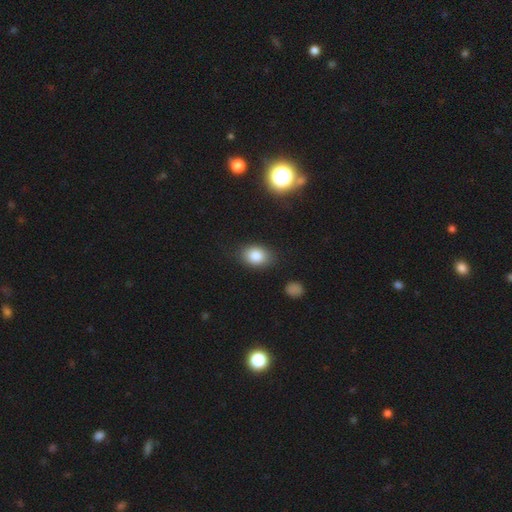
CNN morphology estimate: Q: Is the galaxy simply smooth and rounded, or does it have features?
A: smooth — 83%.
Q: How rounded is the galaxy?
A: in between — 74%.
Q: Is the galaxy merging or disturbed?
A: none — 82%.